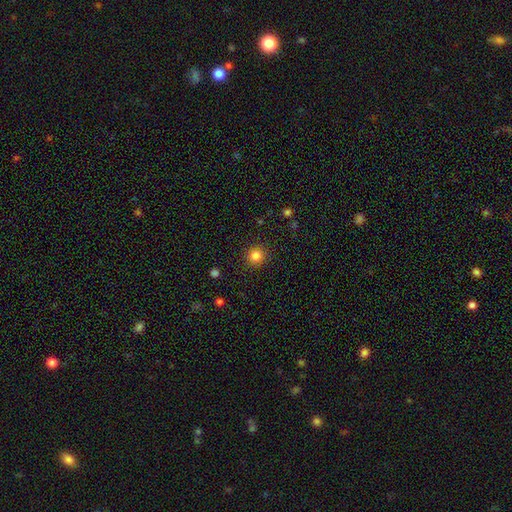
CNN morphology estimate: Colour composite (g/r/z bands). It shows a smooth galaxy with no disk features (83%) that is round (93%). Merging: none (91%).